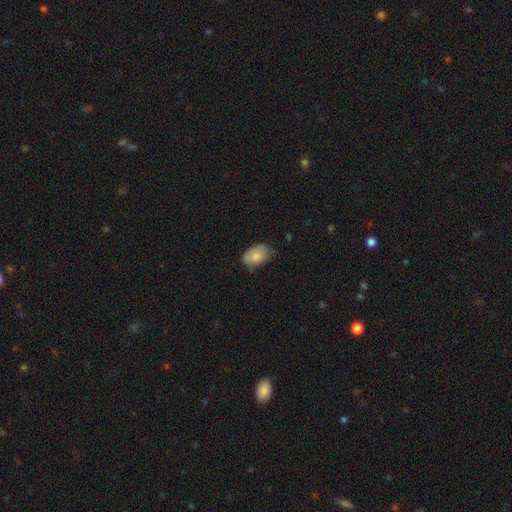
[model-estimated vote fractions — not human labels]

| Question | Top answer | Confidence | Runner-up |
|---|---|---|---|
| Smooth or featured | smooth | 82% | featured or disk (12%) |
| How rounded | in between | 87% | round (12%) |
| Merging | none | 56% | minor disturbance (35%) |